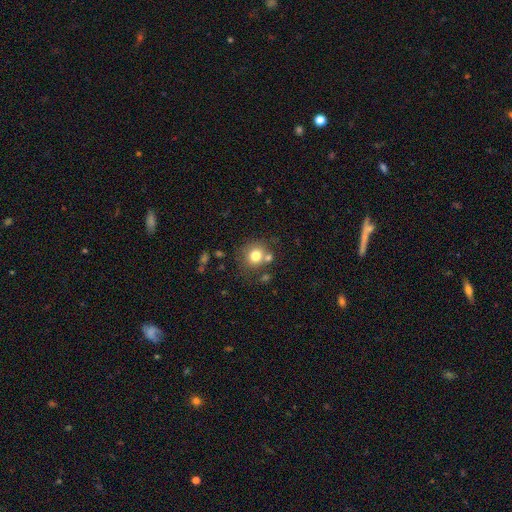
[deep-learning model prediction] A smooth galaxy with no disk features (77%) that is round (82%).

Vote fractions:
- Smooth or featured? smooth: 77% / star or artifact: 12% / featured or disk: 12%
- How rounded? round: 82% / in between: 17% / cigar-shaped: 1%
- Merging? none: 64% / merger: 18% / minor disturbance: 13% / major disturbance: 6%